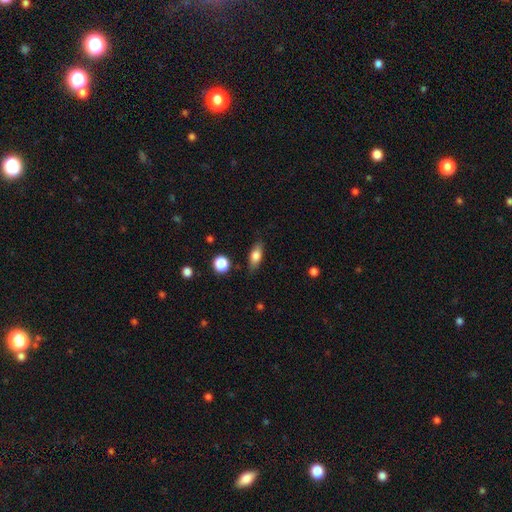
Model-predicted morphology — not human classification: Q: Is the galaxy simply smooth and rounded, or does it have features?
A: smooth — 75%.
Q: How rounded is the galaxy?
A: in between — 75%.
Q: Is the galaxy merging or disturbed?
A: none — 80%.